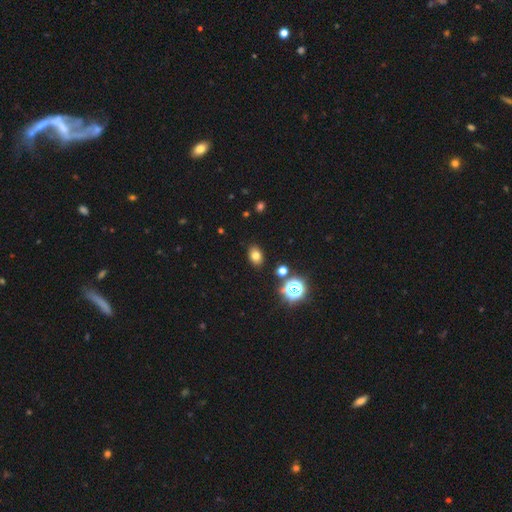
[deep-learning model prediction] This appears to be a smooth galaxy with no disk features (75%) that is in between round and cigar-shaped (74%). Merging: none (87%).